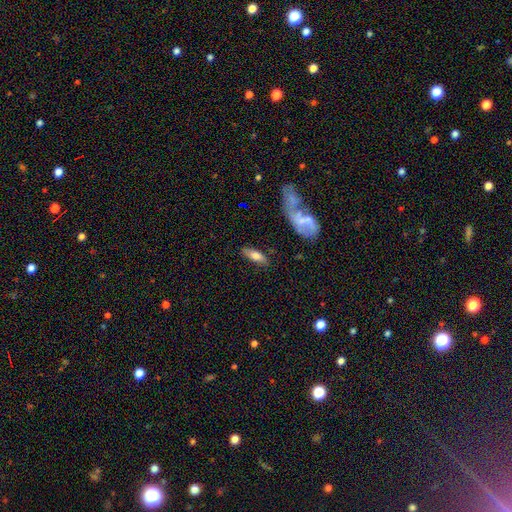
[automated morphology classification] Smooth or featured?
  - smooth: 65% *
  - featured or disk: 29%
  - star or artifact: 7%
How rounded?
  - in between: 59% *
  - cigar-shaped: 38%
  - round: 3%
Merging?
  - none: 76% *
  - minor disturbance: 15%
  - major disturbance: 4%
  - merger: 4%